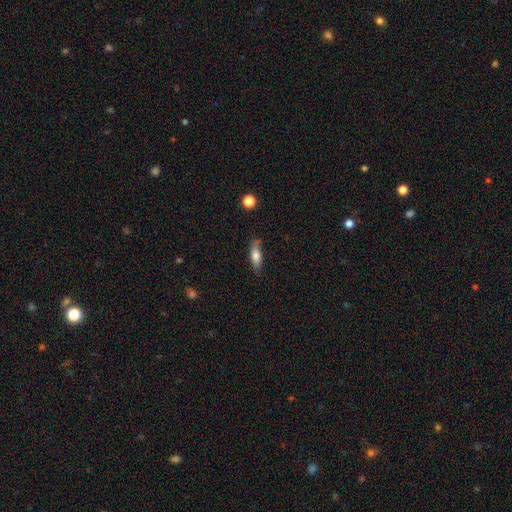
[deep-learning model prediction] A smooth galaxy with no disk features (70%) that is in between round and cigar-shaped (55%). Merging: none (73%).